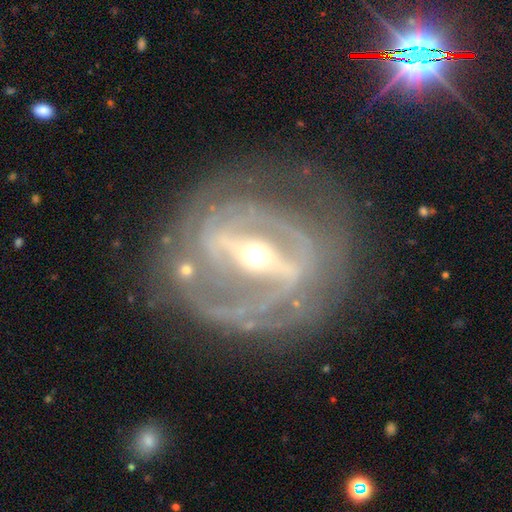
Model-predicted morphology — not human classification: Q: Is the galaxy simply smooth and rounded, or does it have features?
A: featured or disk — 90%.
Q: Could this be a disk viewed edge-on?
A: no — 92%.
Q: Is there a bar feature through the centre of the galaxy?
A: strong — 79%.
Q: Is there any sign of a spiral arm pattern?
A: yes — 90%.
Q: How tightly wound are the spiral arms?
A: tight — 57%.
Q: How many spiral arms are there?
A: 2 — 44%.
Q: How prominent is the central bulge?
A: moderate — 51%.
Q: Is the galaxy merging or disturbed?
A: none — 65%.